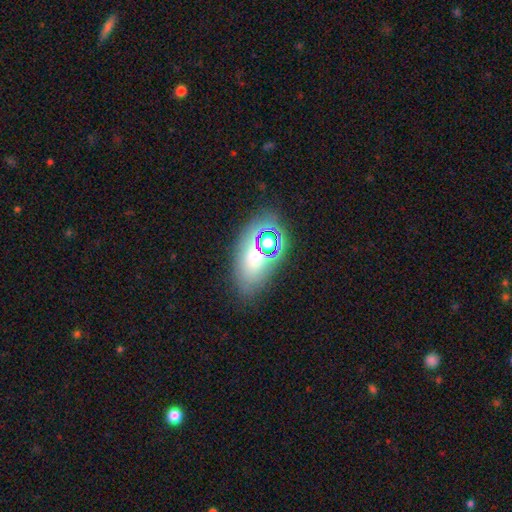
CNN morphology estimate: Smooth or featured? Predicted: smooth (p=0.52). How rounded? Predicted: in between (p=0.82). Merging? Predicted: none (p=0.75).